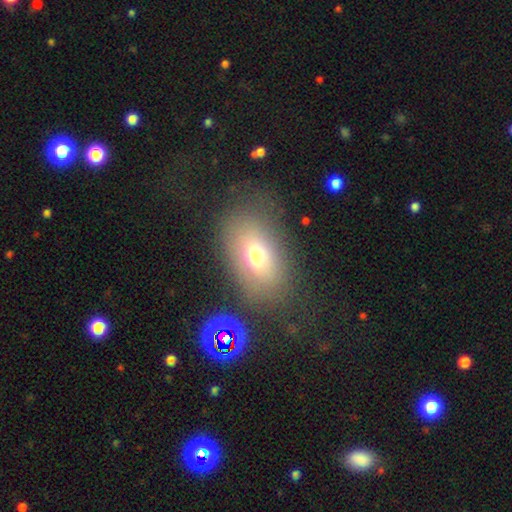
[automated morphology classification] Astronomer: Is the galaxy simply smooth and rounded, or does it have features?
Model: smooth — 67%.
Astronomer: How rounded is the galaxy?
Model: in between — 86%.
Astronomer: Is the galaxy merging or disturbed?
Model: none — 69%.